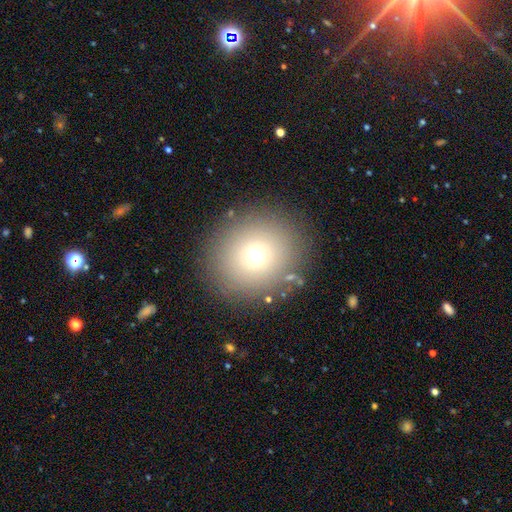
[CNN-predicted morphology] The model was most divided on "smooth or featured": smooth: 69%, star or artifact: 17%, featured or disk: 15%. More confident: merging — none (86%); how rounded — round (84%).